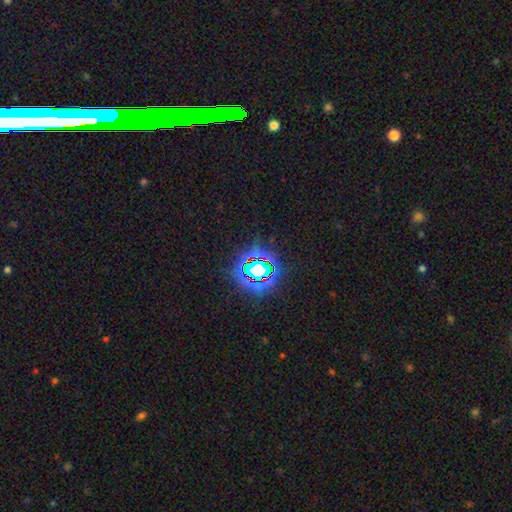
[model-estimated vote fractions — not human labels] smooth-or-featured: star or artifact: 79% | smooth: 13% | featured or disk: 8%